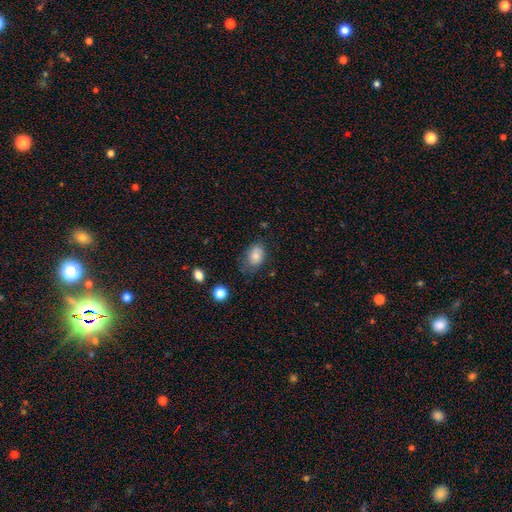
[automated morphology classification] This appears to be a smooth galaxy with no disk features (80%) that is in between round and cigar-shaped (82%). Merging: none (61%).